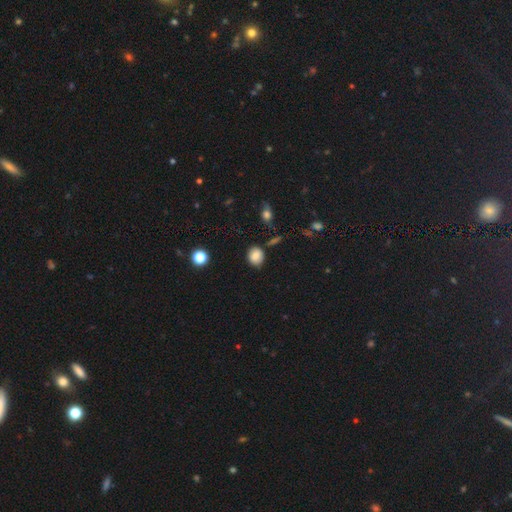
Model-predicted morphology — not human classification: Q: Smooth or featured?
A: smooth (85%); runner-up: star or artifact (10%)
Q: How rounded?
A: round (67%); runner-up: in between (31%)
Q: Merging?
A: none (82%); runner-up: minor disturbance (12%)